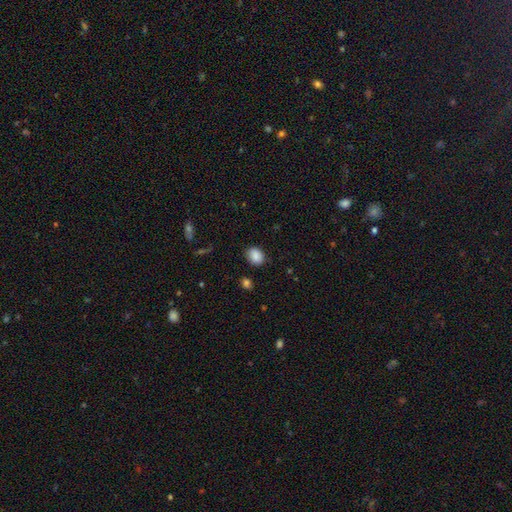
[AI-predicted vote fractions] Smooth or featured?
  - smooth: 87% *
  - star or artifact: 9%
  - featured or disk: 5%
How rounded?
  - in between: 57% *
  - round: 42%
  - cigar-shaped: 1%
Merging?
  - none: 82% *
  - minor disturbance: 13%
  - major disturbance: 3%
  - merger: 2%